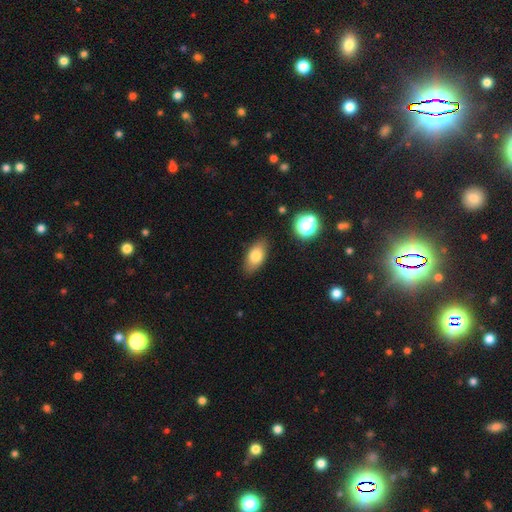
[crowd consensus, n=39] Q: Smooth or featured?
A: smooth (69%); runner-up: featured or disk (21%)
Q: How rounded?
A: in between (100%)
Q: Merging?
A: none (74%); runner-up: minor disturbance (14%)